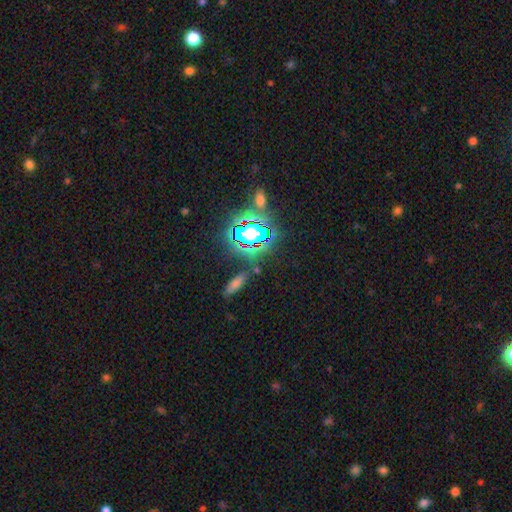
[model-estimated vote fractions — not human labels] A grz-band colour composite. It shows a star or artifact, not a galaxy (70%).